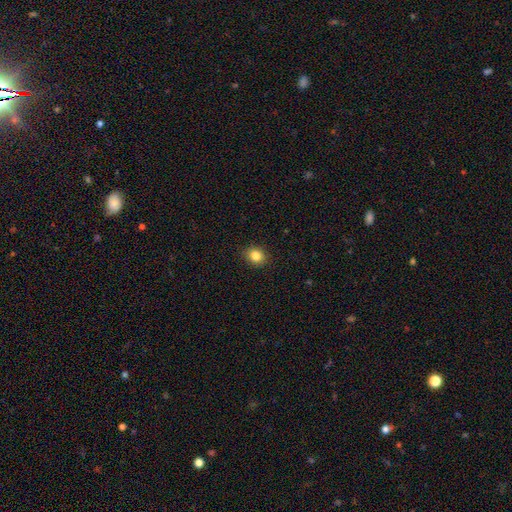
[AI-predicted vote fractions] Overall: smooth (84%). How rounded: round (69%; in between 30%). Merging: none (90%).